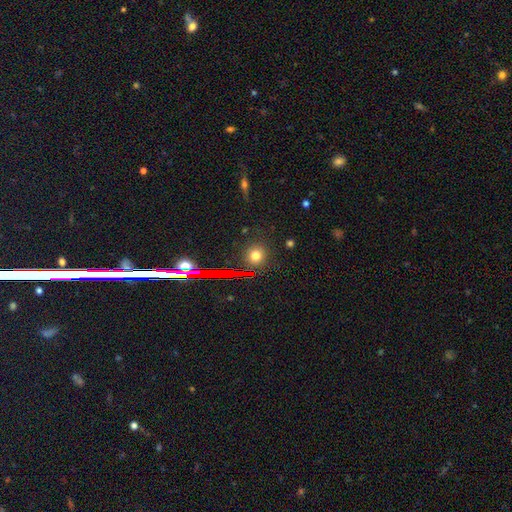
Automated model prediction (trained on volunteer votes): Smooth or featured? Predicted: smooth (p=0.73). How rounded? Predicted: round (p=0.88). Merging? Predicted: none (p=0.86).